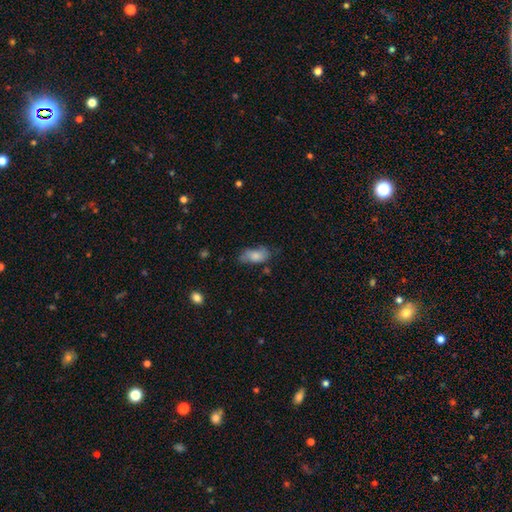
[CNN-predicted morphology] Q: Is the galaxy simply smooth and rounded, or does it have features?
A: smooth — 77%.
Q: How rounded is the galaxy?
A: in between — 87%.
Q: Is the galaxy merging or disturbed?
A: none — 54%.